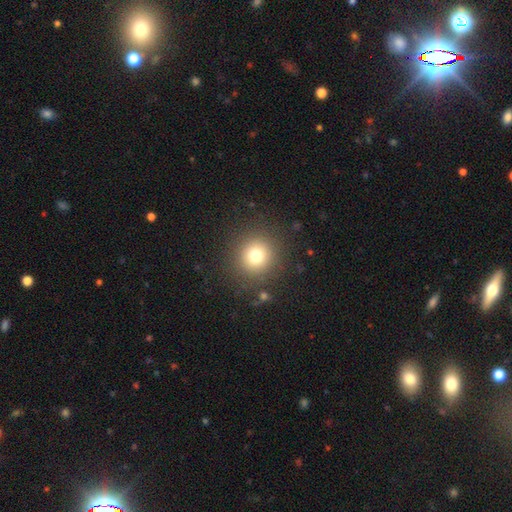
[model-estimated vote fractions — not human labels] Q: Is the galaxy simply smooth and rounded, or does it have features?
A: smooth — 75%.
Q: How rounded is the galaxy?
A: round — 93%.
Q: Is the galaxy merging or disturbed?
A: none — 88%.